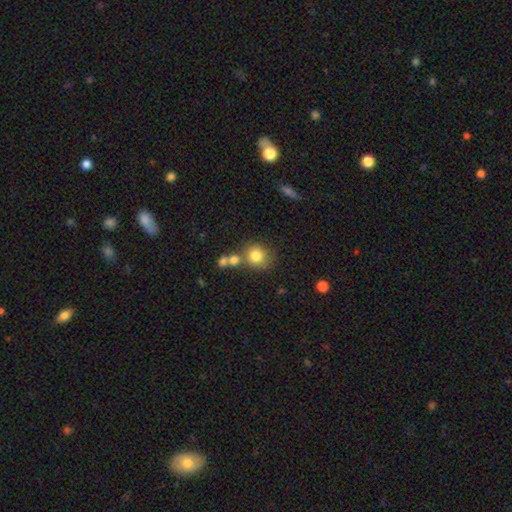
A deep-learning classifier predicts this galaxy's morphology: Smooth or featured: smooth — 80% (star or artifact — 11%)
How rounded: round — 85% (in between — 14%)
Merging: none — 62% (merger — 22%)